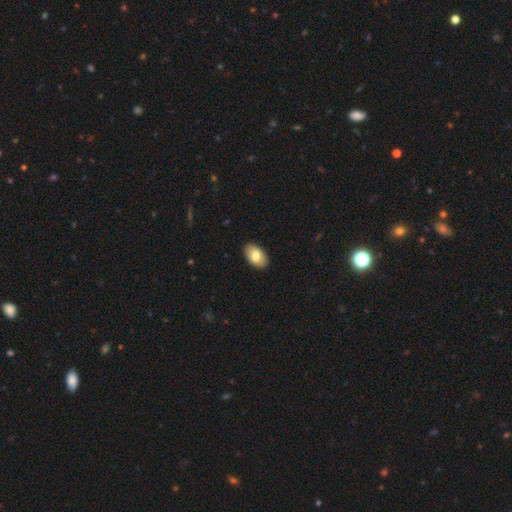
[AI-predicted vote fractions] smooth-or-featured: smooth: 80% | featured or disk: 13% | star or artifact: 6%
  how-rounded: in between: 94% | round: 5% | cigar-shaped: 1%
  merging: none: 90% | minor disturbance: 7% | major disturbance: 2% | merger: 1%